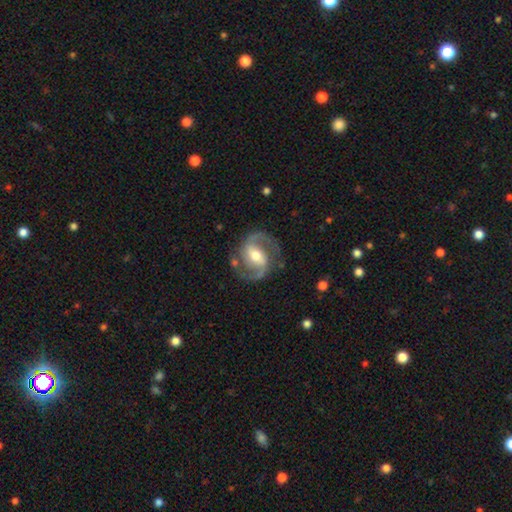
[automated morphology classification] The model was most divided on "bar": weak: 45%, strong: 37%, no: 18%. More confident: edge-on disk — no (98%); spiral arms — yes (97%); spiral arm count — 2 (93%); smooth or featured — featured or disk (91%); merging — none (81%); bulge size — moderate (67%); spiral winding — medium (63%).